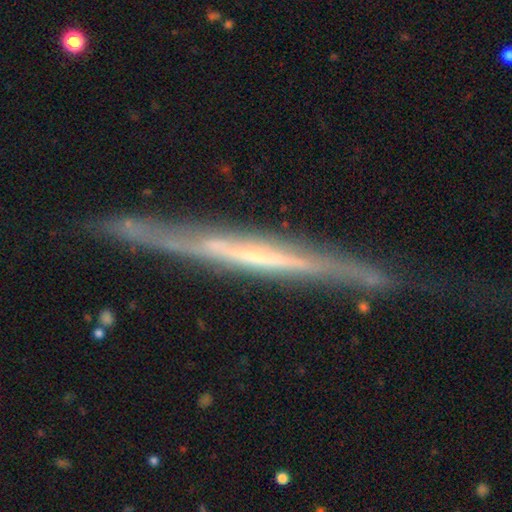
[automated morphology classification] Smooth or featured: featured or disk — 81% (smooth — 13%)
Edge-on disk: yes — 94% (no — 6%)
Edge-on bulge: none — 70% (rounded — 20%)
Merging: none — 77% (minor disturbance — 17%)